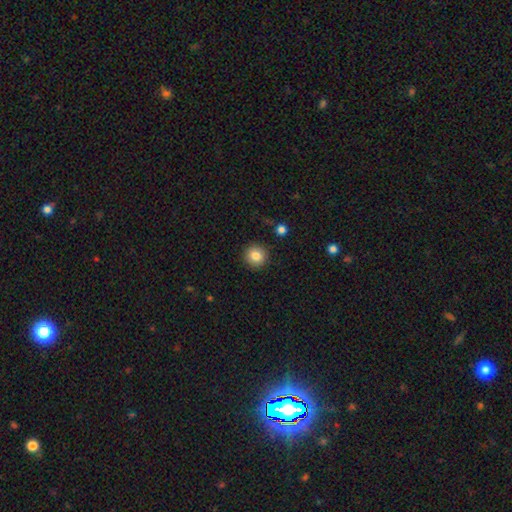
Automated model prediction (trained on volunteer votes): Smooth or featured? smooth (84%)
How rounded? round (93%)
Merging? none (90%)